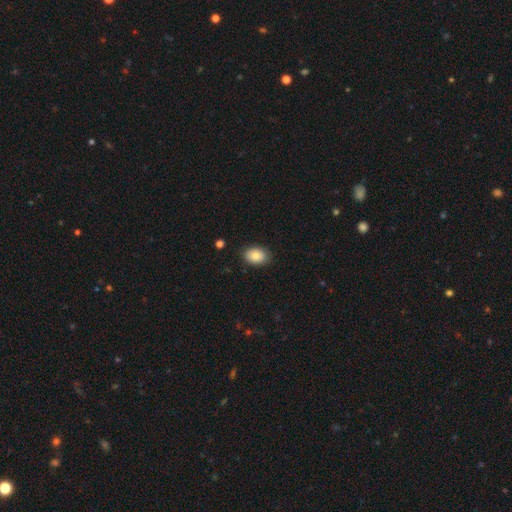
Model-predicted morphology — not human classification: The model was most divided on "how rounded": in between: 82%, round: 17%, cigar-shaped: 1%. More confident: merging — none (86%); smooth or featured — smooth (85%).